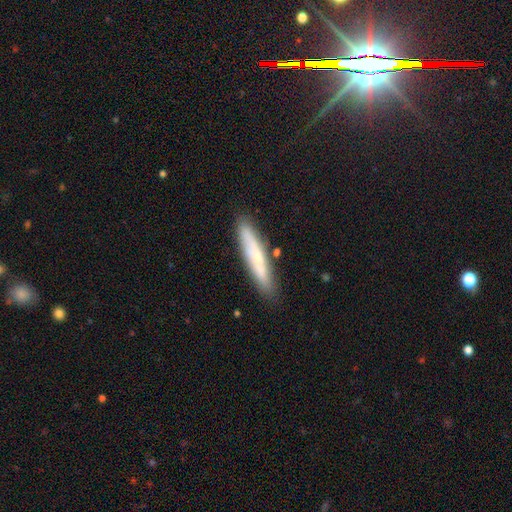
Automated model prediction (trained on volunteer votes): A smooth galaxy with no disk features (54%) that is cigar-shaped (91%). Merging: none (85%).